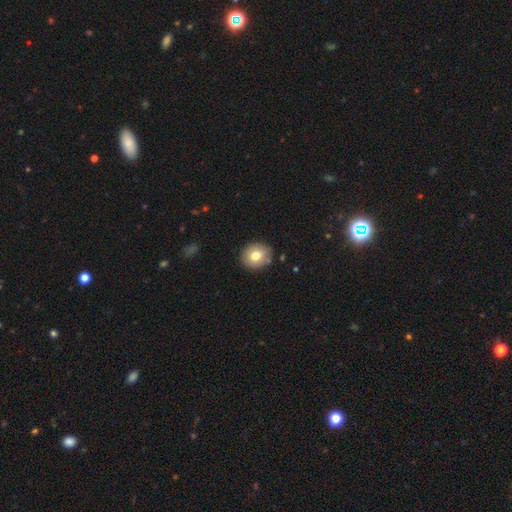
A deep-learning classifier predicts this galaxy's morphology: Smooth or featured: smooth — 76% (featured or disk — 15%)
How rounded: round — 69% (in between — 30%)
Merging: none — 84% (minor disturbance — 11%)